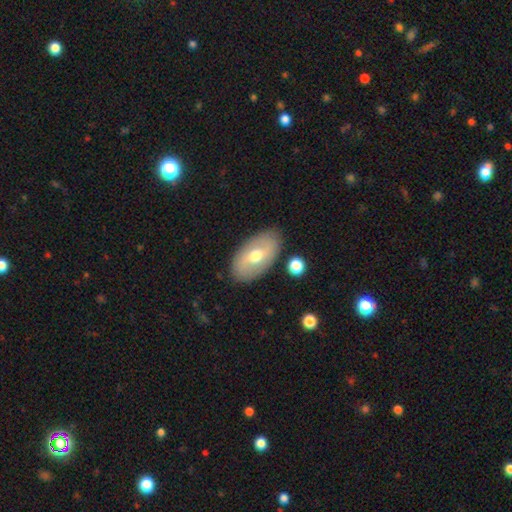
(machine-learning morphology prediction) This appears to be a smooth galaxy with no disk features (53%) that is in between round and cigar-shaped (93%). Merging: none (84%).